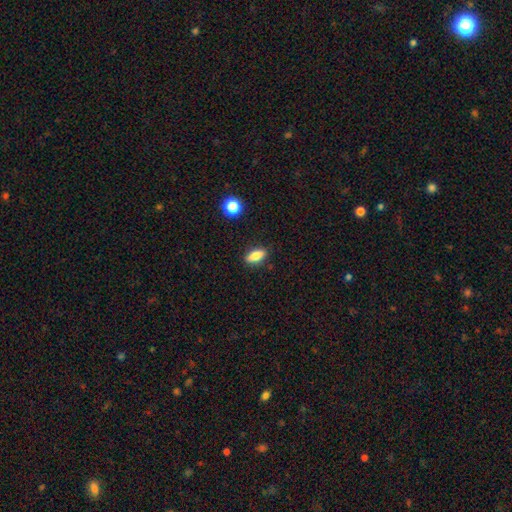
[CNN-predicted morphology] A smooth galaxy with no disk features (80%) that is in between round and cigar-shaped (75%). Merging: none (87%).